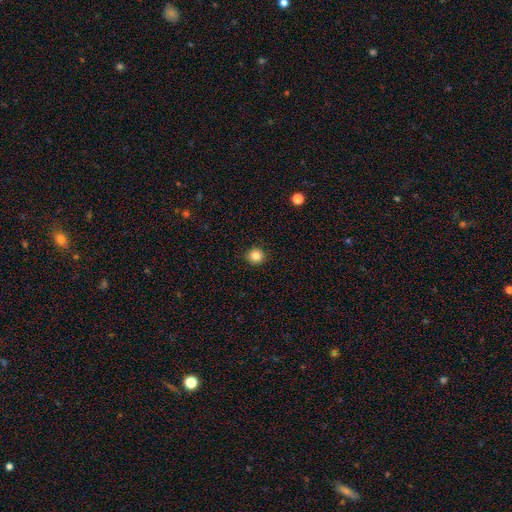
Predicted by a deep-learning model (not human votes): Q: Smooth or featured?
A: smooth (85%); runner-up: star or artifact (11%)
Q: How rounded?
A: round (93%); runner-up: in between (6%)
Q: Merging?
A: none (92%); runner-up: minor disturbance (5%)